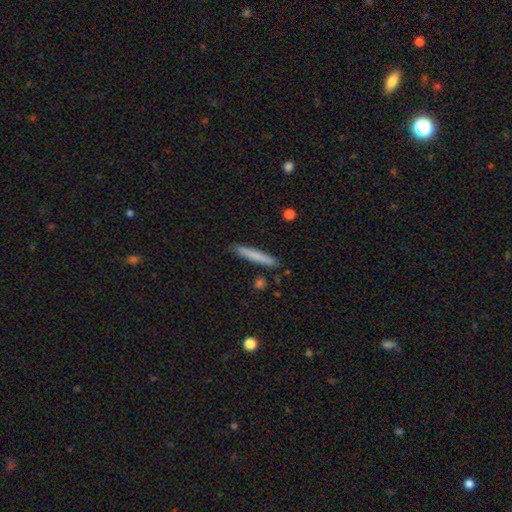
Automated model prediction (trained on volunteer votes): smooth 76%, featured or disk 19%, star or artifact 6%. Down the decision tree: how rounded — cigar-shaped (95%); merging — none (88%).